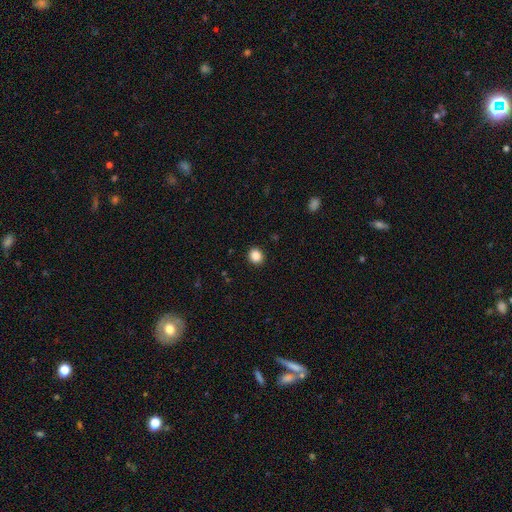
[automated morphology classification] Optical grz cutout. It shows a smooth galaxy with no disk features (87%) that is round (76%). Merging: none (92%).